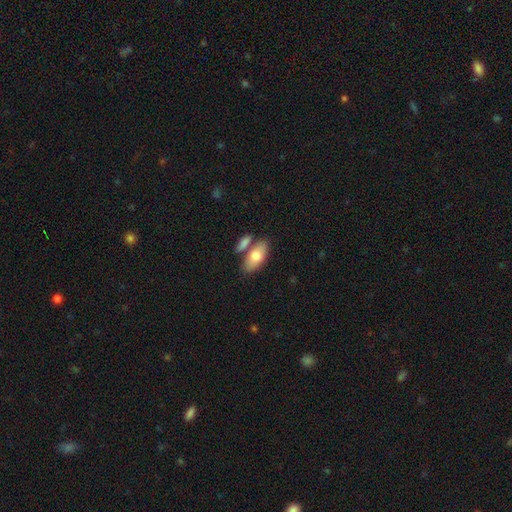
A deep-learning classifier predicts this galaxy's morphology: type=smooth (75%); roundness=in between (88%); merging=none (60%).